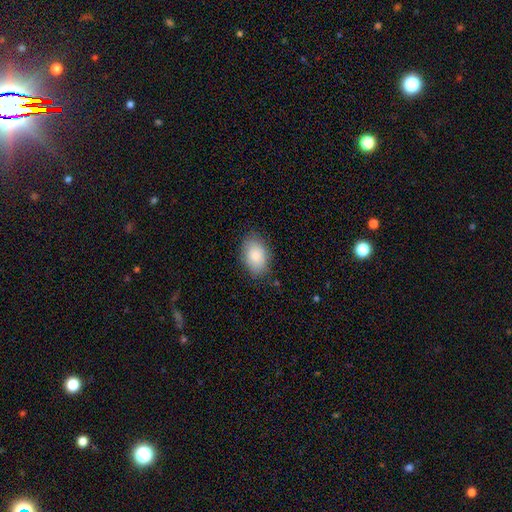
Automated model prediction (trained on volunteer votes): Smooth or featured? Predicted: smooth (p=0.85). How rounded? Predicted: in between (p=0.86). Merging? Predicted: none (p=0.79).